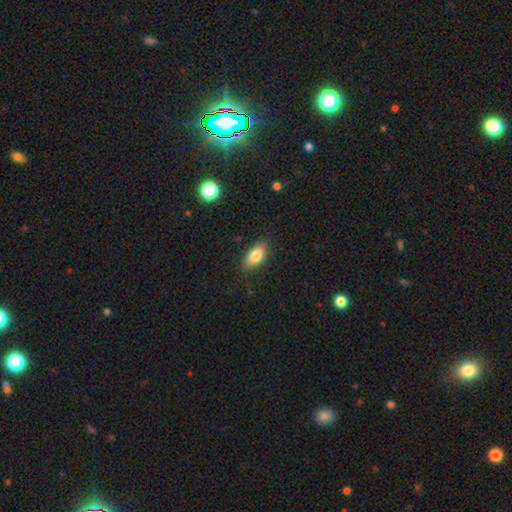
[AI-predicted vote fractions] smooth 79%, featured or disk 13%, star or artifact 8%. Down the decision tree: how rounded — in between (86%); merging — none (80%).